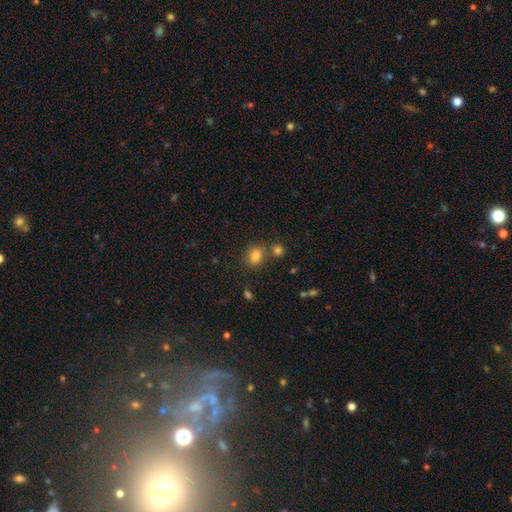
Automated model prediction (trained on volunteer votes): Overall: smooth (80%). How rounded: in between (50%; round 49%). Merging: none (68%).